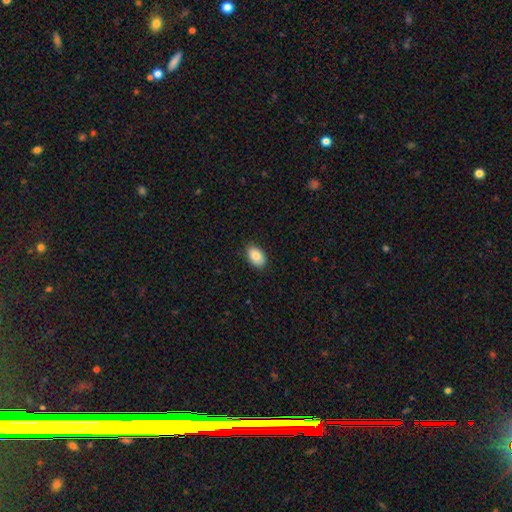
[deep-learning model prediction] Overall: smooth (86%). How rounded: in between (90%). Merging: none (87%).